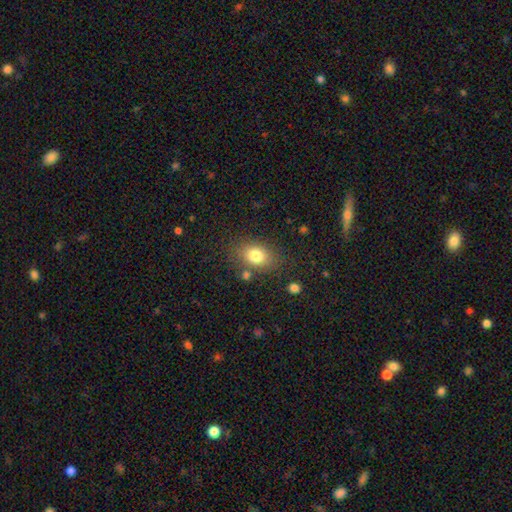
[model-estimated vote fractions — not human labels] smooth-or-featured: smooth: 80% | featured or disk: 11% | star or artifact: 10%
  how-rounded: in between: 75% | round: 24% | cigar-shaped: 1%
  merging: none: 76% | minor disturbance: 14% | merger: 5% | major disturbance: 5%